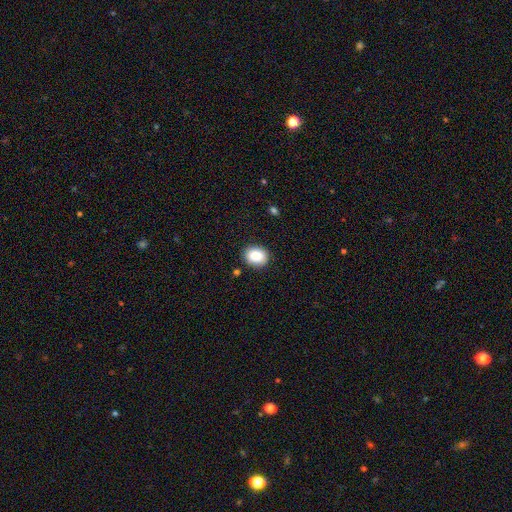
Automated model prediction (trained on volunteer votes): smooth-or-featured: smooth: 88% | star or artifact: 8% | featured or disk: 5%
  how-rounded: in between: 58% | round: 41% | cigar-shaped: 1%
  merging: none: 87% | minor disturbance: 9% | major disturbance: 2% | merger: 2%